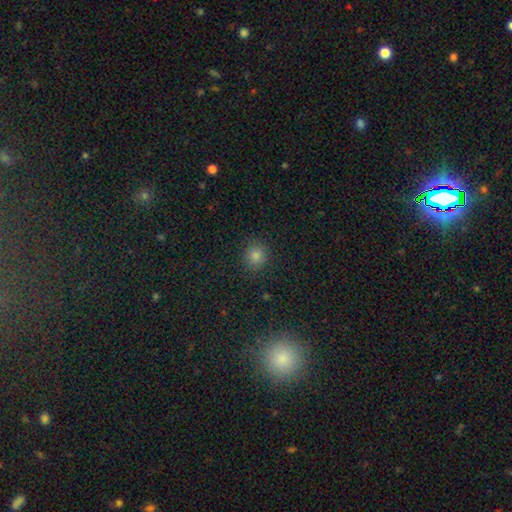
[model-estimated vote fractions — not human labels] This appears to be a smooth galaxy with no disk features (78%) that is round (88%). Merging: none (90%).